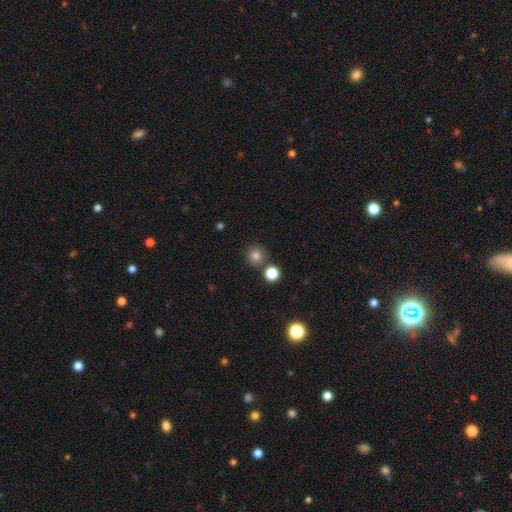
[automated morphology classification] The model was most divided on "smooth or featured": smooth: 81%, star or artifact: 14%, featured or disk: 5%. More confident: how rounded — round (93%); merging — none (79%).